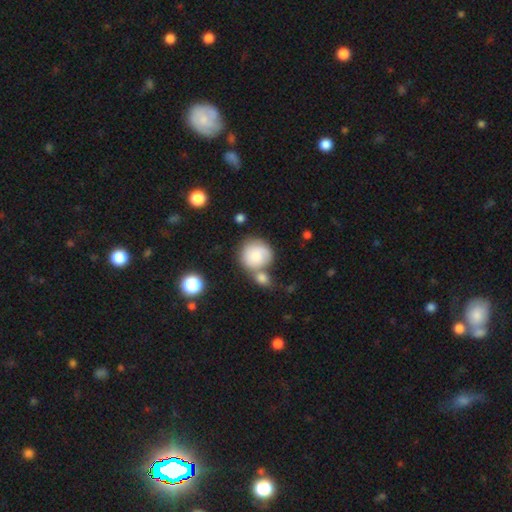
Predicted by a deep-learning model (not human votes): Smooth or featured? smooth (77%)
How rounded? round (86%)
Merging? none (43%)